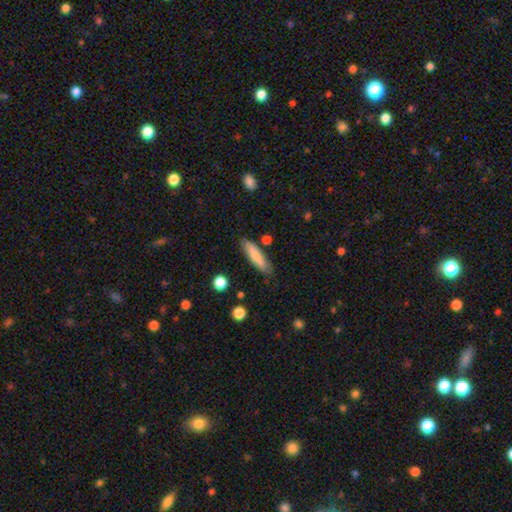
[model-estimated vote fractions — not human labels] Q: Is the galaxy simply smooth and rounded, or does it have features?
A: smooth — 75%.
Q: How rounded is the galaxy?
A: cigar-shaped — 73%.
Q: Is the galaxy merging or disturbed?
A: none — 82%.